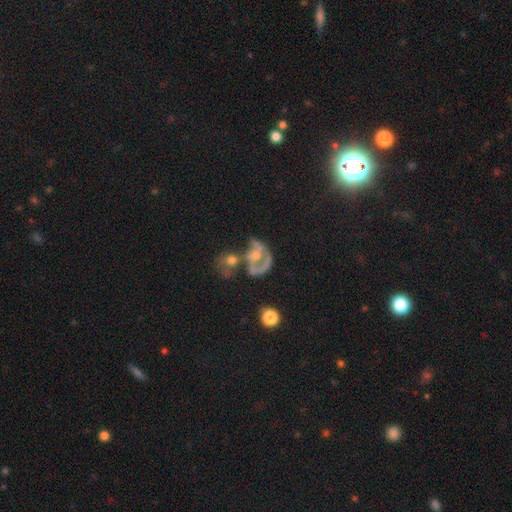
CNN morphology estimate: The model was most divided on "bulge size": moderate: 48%, small: 39%, none: 6%, large: 4%, dominant: 2%. Remaining: edge-on disk — no (97%); spiral arms — yes (72%); smooth or featured — featured or disk (68%); bar — no (65%); merging — merger (42%).